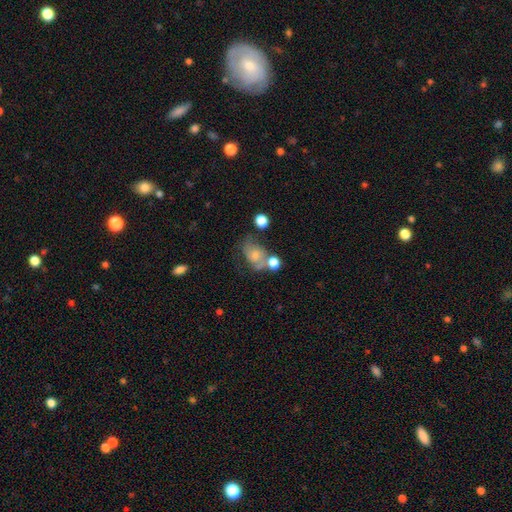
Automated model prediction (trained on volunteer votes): The model was most divided on "smooth or featured": smooth: 48%, featured or disk: 40%, star or artifact: 12%. Remaining: merging — none (39%).